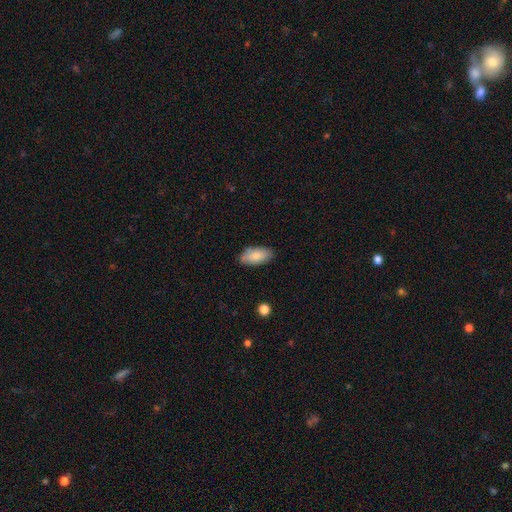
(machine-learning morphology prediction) Smooth or featured? smooth (82%)
How rounded? in between (92%)
Merging? none (81%)